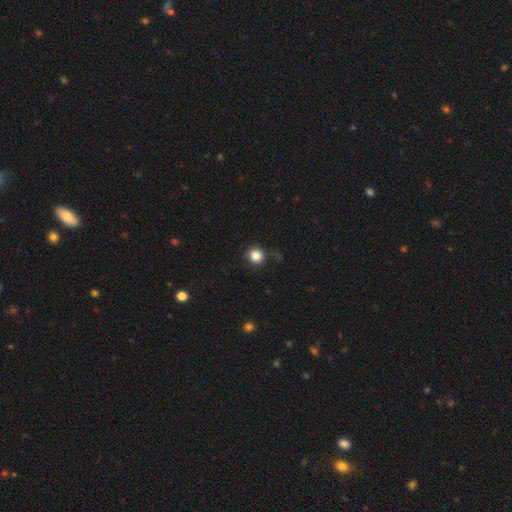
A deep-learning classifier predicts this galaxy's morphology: The model was most divided on "smooth or featured": smooth: 84%, star or artifact: 11%, featured or disk: 4%. More confident: how rounded — round (87%); merging — none (85%).